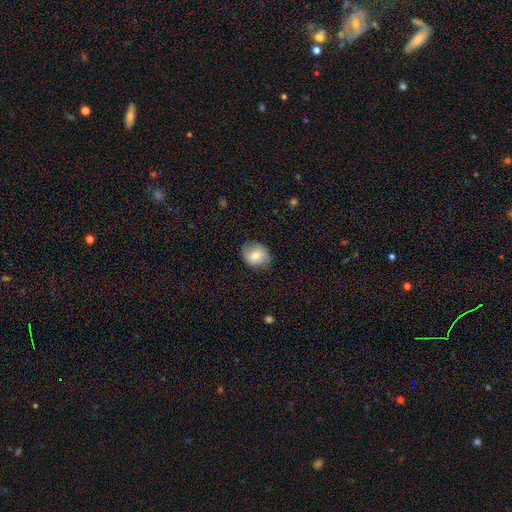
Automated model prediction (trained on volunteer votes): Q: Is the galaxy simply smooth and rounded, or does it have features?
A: smooth — 65%.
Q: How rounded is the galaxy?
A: round — 64%.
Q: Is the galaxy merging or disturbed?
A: none — 76%.